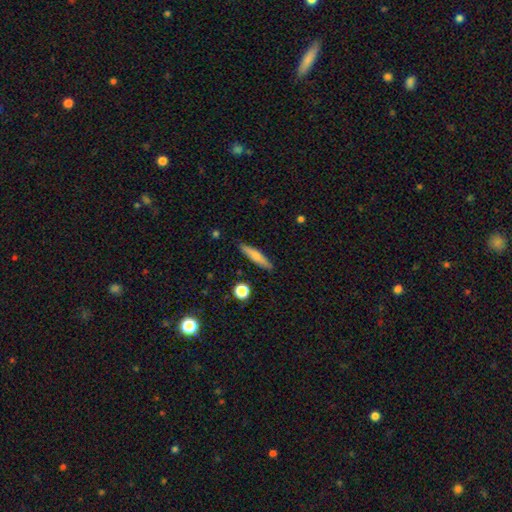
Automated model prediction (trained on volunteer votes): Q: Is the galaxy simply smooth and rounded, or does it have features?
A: smooth — 67%.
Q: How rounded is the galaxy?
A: cigar-shaped — 85%.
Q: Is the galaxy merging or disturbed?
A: none — 88%.